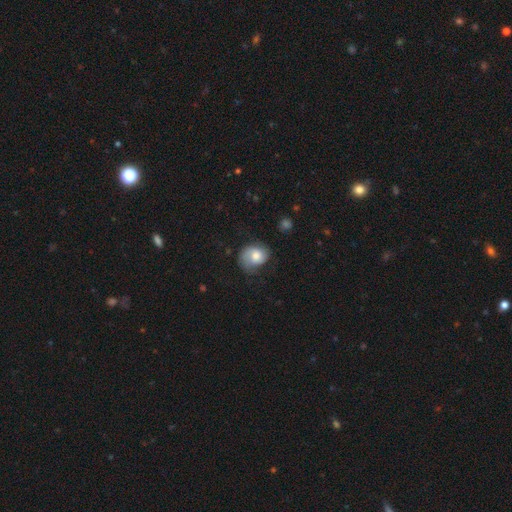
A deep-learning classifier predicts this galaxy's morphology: smooth 54%, featured or disk 39%, star or artifact 8%. Down the decision tree: how rounded — round (55%); merging — none (53%).